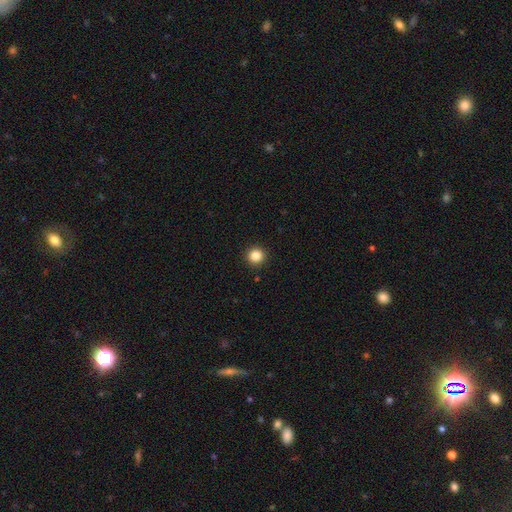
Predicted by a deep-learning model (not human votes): smooth 85%, star or artifact 11%, featured or disk 4%. Down the decision tree: how rounded — round (95%); merging — none (93%).